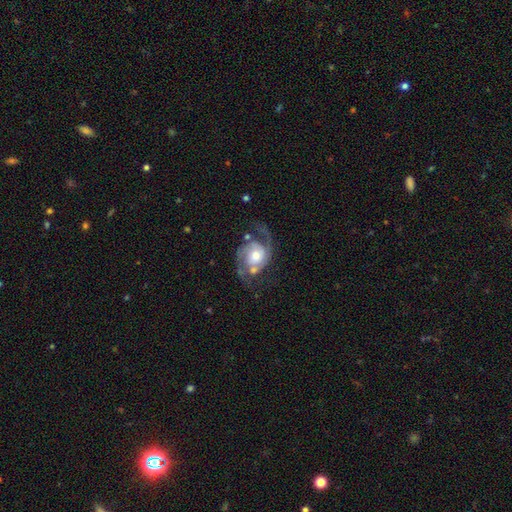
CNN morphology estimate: Q: Smooth or featured?
A: featured or disk (85%); runner-up: smooth (10%)
Q: Edge-on disk?
A: no (98%); runner-up: yes (2%)
Q: Bar?
A: no (69%); runner-up: weak (26%)
Q: Spiral arms?
A: yes (95%); runner-up: no (5%)
Q: Spiral winding?
A: medium (46%); runner-up: loose (35%)
Q: Spiral arm count?
A: 2 (84%); runner-up: 1 (6%)
Q: Bulge size?
A: moderate (59%); runner-up: large (20%)
Q: Merging?
A: none (49%); runner-up: major disturbance (23%)